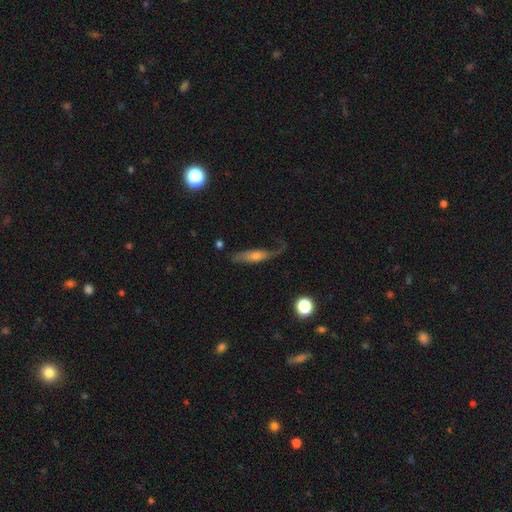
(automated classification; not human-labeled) Smooth or featured?
  - featured or disk: 53% *
  - smooth: 39%
  - star or artifact: 8%
Edge-on disk?
  - yes: 54% *
  - no: 46%
Merging?
  - none: 49% *
  - minor disturbance: 26%
  - major disturbance: 22%
  - merger: 3%